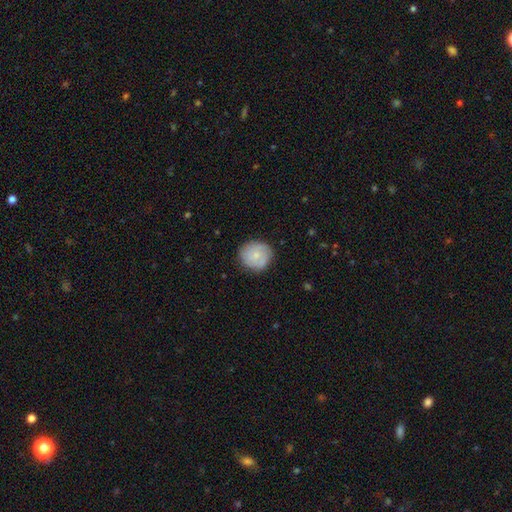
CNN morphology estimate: Overall: smooth (59%; featured or disk 34%). How rounded: round (88%). Merging: none (79%).